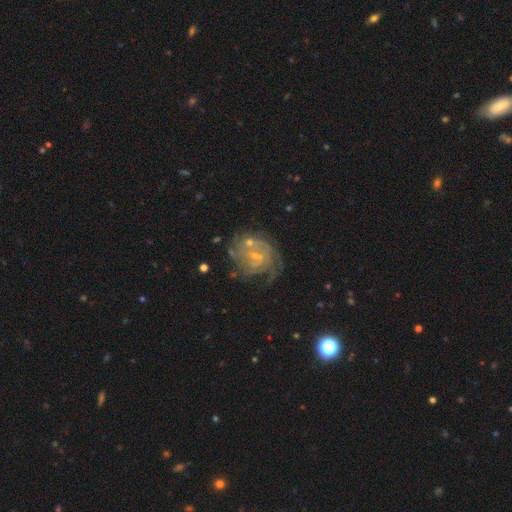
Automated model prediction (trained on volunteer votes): Overall: featured or disk (80%). Edge-on disk: no (98%). Bar: weak (47%; no 41%). Spiral arms: yes (88%). Spiral arm count: can't tell (43%; 2 20%). Spiral winding: tight (61%; medium 29%). Bulge size: small (69%). Merging: none (53%; minor disturbance 20%).